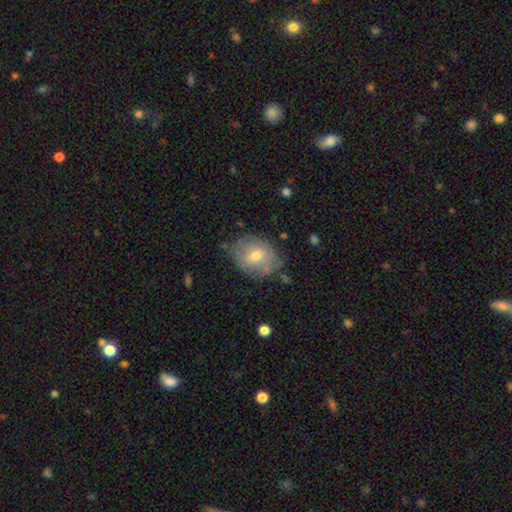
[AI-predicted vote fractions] smooth-or-featured: smooth: 62% | featured or disk: 30% | star or artifact: 8%
  how-rounded: in between: 52% | round: 47% | cigar-shaped: 1%
  merging: none: 68% | minor disturbance: 22% | major disturbance: 6% | merger: 3%